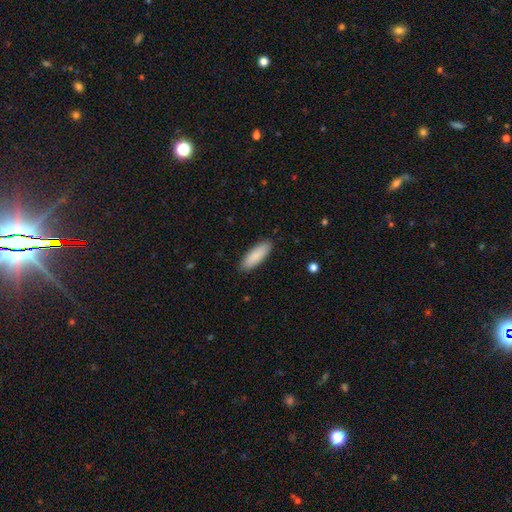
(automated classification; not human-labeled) Smooth or featured?
  - smooth: 88% *
  - featured or disk: 6%
  - star or artifact: 6%
How rounded?
  - in between: 59% *
  - cigar-shaped: 39%
  - round: 1%
Merging?
  - none: 89% *
  - minor disturbance: 8%
  - major disturbance: 2%
  - merger: 1%